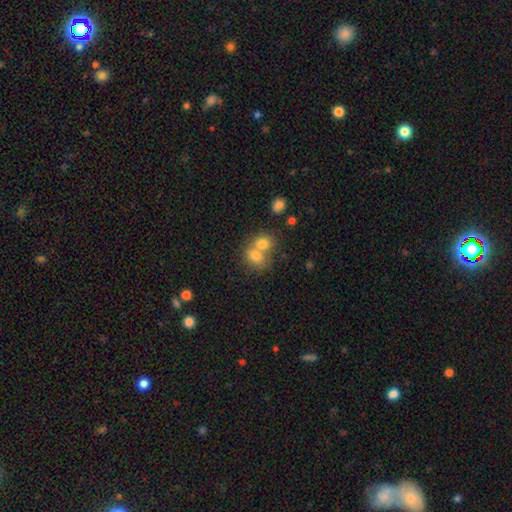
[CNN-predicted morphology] A smooth galaxy with no disk features (75%) that is round (56%). Merging: merger (63%).